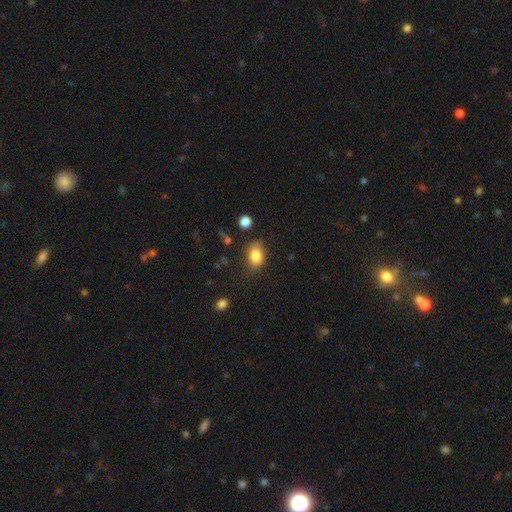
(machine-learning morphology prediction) smooth 84%, star or artifact 9%, featured or disk 7%. Down the decision tree: how rounded — in between (79%); merging — none (79%).